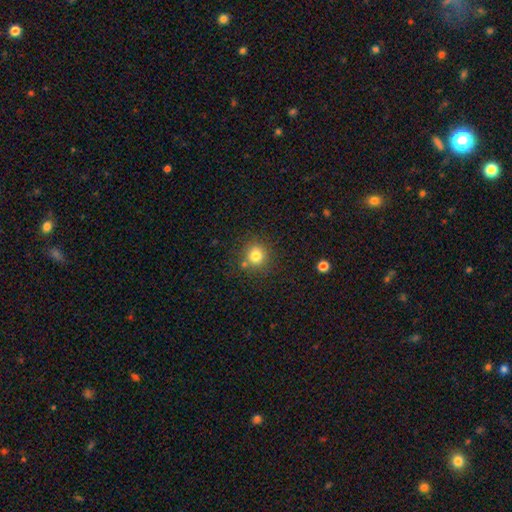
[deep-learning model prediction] This appears to be a smooth galaxy with no disk features (80%) that is round (91%). Merging: none (79%).